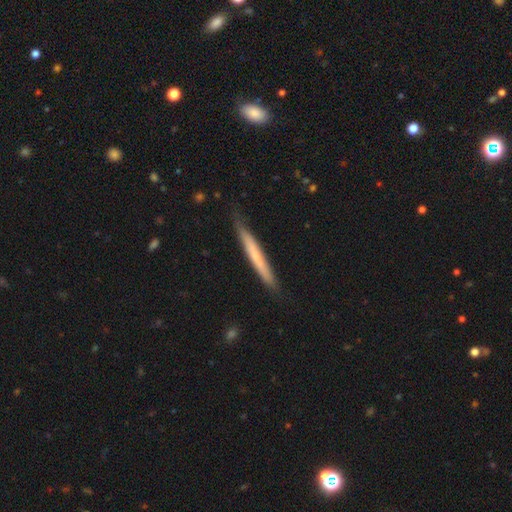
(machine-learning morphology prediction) Q: Smooth or featured?
A: smooth (58%); runner-up: featured or disk (37%)
Q: How rounded?
A: cigar-shaped (96%); runner-up: in between (2%)
Q: Merging?
A: none (80%); runner-up: minor disturbance (16%)